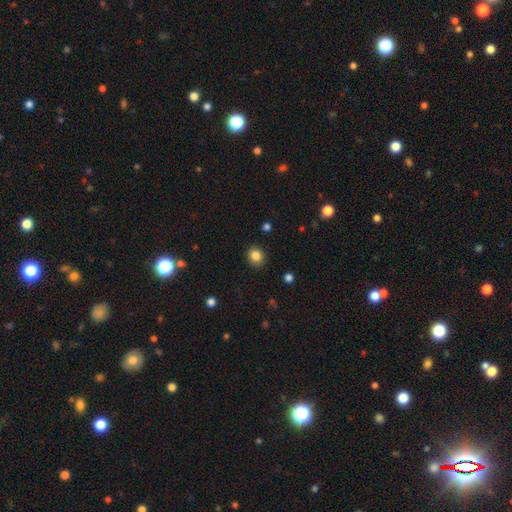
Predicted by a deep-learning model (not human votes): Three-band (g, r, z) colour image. It shows a smooth galaxy with no disk features (84%) that is round (72%). Merging: none (89%).